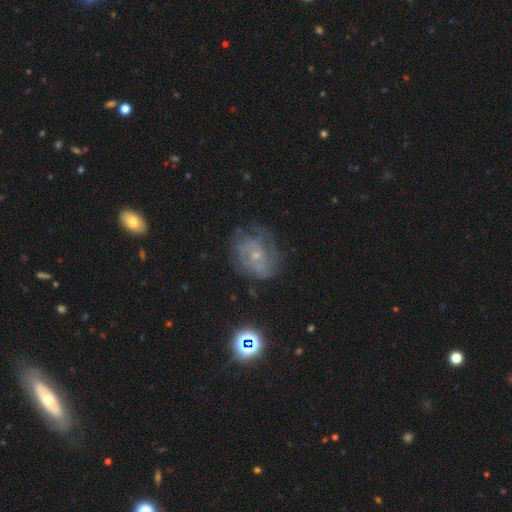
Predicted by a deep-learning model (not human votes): Q: Smooth or featured?
A: featured or disk (74%); runner-up: smooth (15%)
Q: Edge-on disk?
A: no (97%); runner-up: yes (3%)
Q: Bar?
A: no (72%); runner-up: weak (24%)
Q: Spiral arms?
A: yes (88%); runner-up: no (12%)
Q: Spiral winding?
A: tight (54%); runner-up: medium (35%)
Q: Spiral arm count?
A: can't tell (39%); runner-up: 2 (30%)
Q: Bulge size?
A: small (73%); runner-up: moderate (22%)
Q: Merging?
A: none (64%); runner-up: minor disturbance (21%)